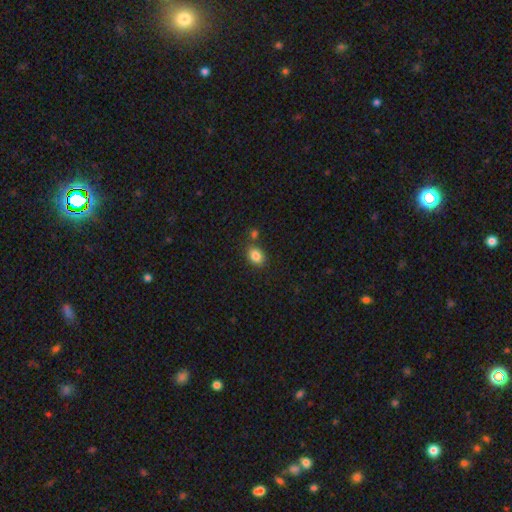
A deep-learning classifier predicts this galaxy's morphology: smooth-or-featured: smooth: 84% | star or artifact: 10% | featured or disk: 6%
  how-rounded: in between: 63% | round: 36% | cigar-shaped: 1%
  merging: none: 74% | minor disturbance: 12% | merger: 11% | major disturbance: 3%